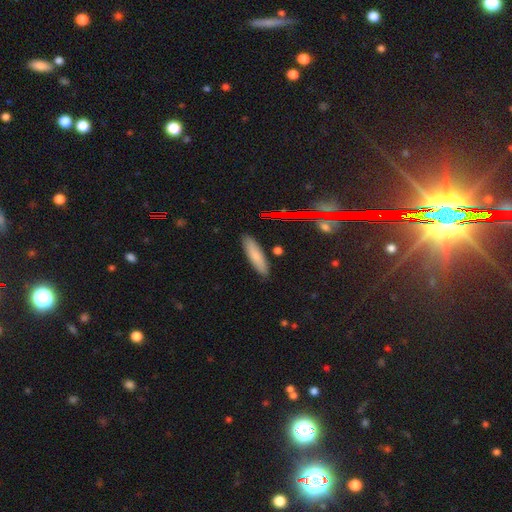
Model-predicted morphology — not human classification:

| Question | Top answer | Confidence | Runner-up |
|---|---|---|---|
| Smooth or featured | smooth | 75% | featured or disk (15%) |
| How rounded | cigar-shaped | 67% | in between (31%) |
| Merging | none | 88% | minor disturbance (9%) |